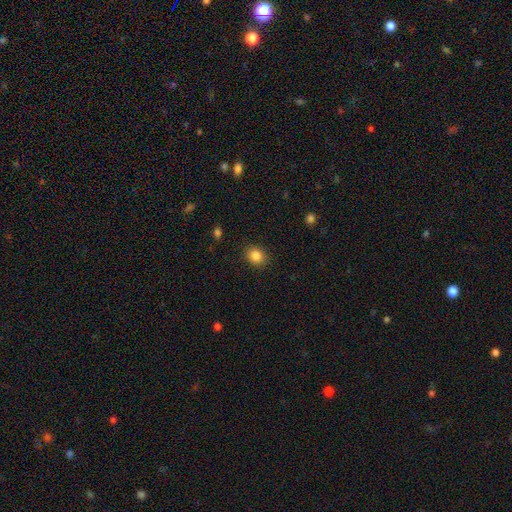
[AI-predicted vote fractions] The model was most divided on "how rounded": round: 59%, in between: 40%, cigar-shaped: 1%. More confident: merging — none (88%); smooth or featured — smooth (86%).